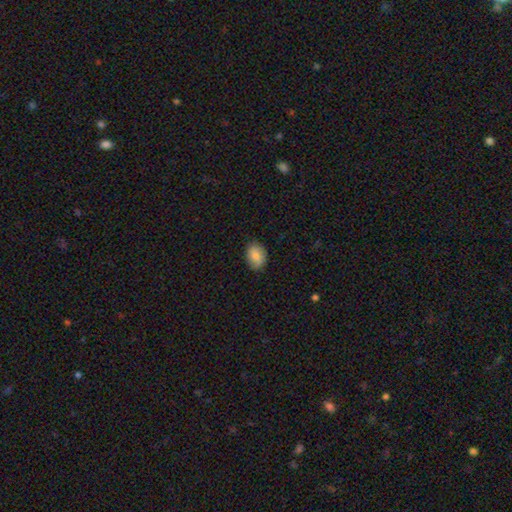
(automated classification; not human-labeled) smooth 81%, featured or disk 12%, star or artifact 7%. Down the decision tree: how rounded — in between (74%); merging — none (83%).